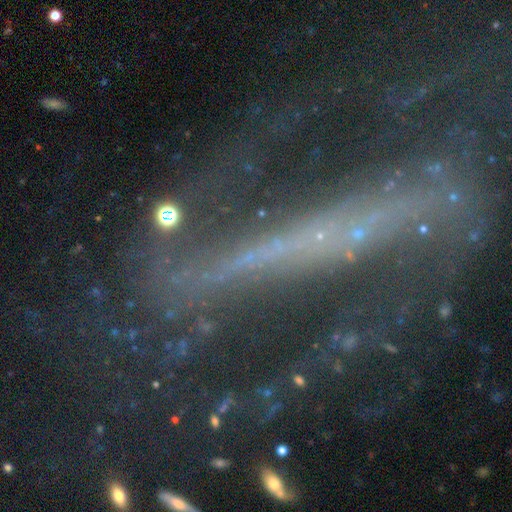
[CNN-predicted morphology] A star or artifact, not a galaxy (43%).